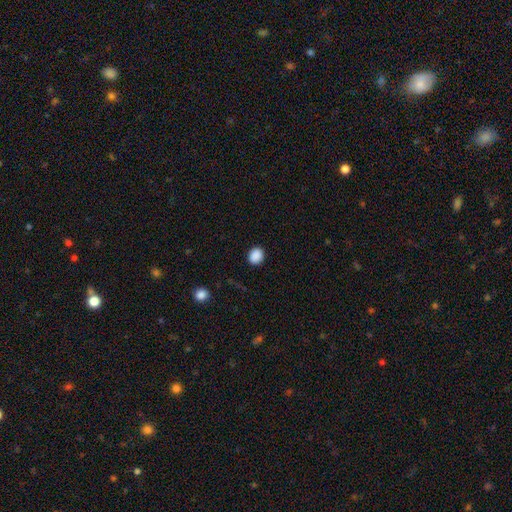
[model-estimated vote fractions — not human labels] Q: Smooth or featured?
A: smooth (89%); runner-up: star or artifact (9%)
Q: How rounded?
A: round (71%); runner-up: in between (28%)
Q: Merging?
A: none (90%); runner-up: minor disturbance (6%)